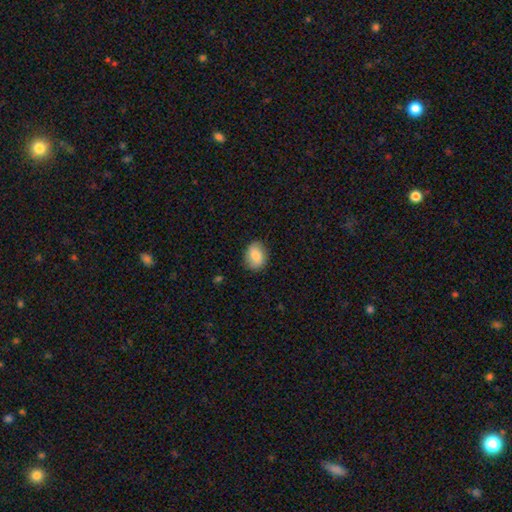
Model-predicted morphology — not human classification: Smooth or featured?
  - smooth: 82% *
  - featured or disk: 11%
  - star or artifact: 7%
How rounded?
  - in between: 61% *
  - round: 37%
  - cigar-shaped: 1%
Merging?
  - none: 84% *
  - minor disturbance: 12%
  - major disturbance: 3%
  - merger: 1%